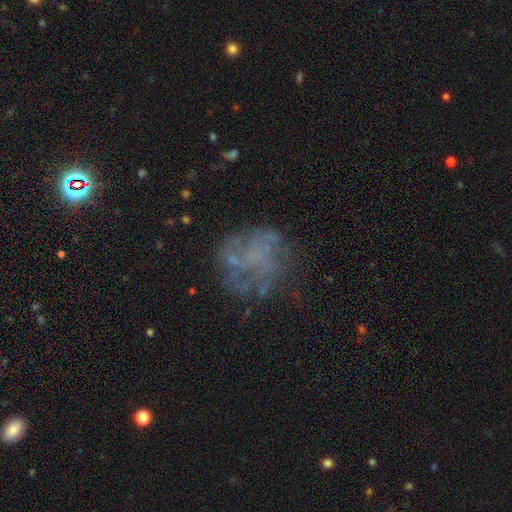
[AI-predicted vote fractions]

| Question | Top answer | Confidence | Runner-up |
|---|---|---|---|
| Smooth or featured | featured or disk | 57% | smooth (23%) |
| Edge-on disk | no | 98% | yes (2%) |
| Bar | no | 86% | weak (11%) |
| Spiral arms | no | 66% | yes (34%) |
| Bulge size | none | 81% | small (10%) |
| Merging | none | 63% | major disturbance (18%) |